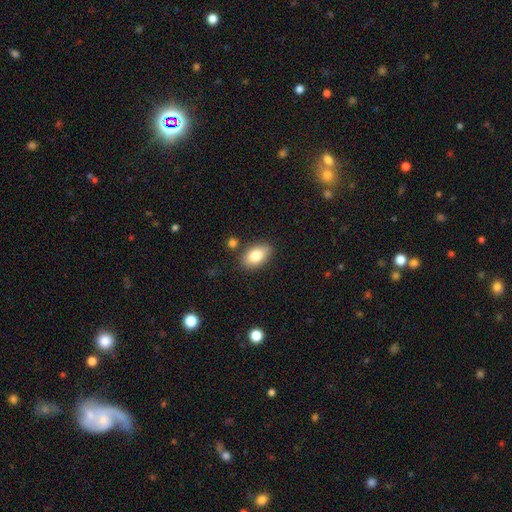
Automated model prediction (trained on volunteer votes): smooth 80%, featured or disk 12%, star or artifact 8%. Down the decision tree: how rounded — in between (88%); merging — none (80%).